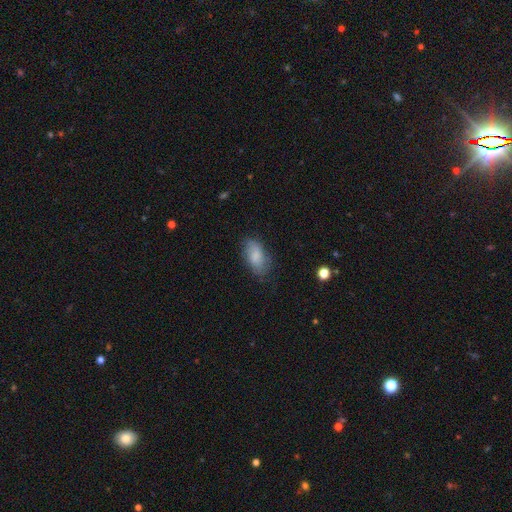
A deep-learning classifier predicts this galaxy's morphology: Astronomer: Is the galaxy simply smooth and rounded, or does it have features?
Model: smooth — 74%.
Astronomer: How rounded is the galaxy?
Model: in between — 92%.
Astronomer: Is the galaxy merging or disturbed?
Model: none — 67%.